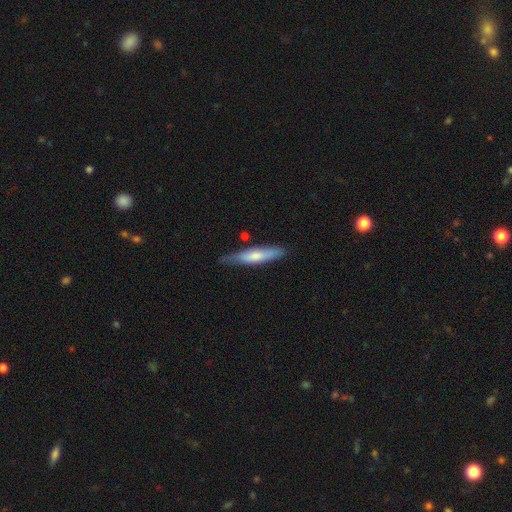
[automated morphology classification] This is likely a smooth galaxy (62%). How rounded: clearly cigar-shaped (85%). Merging: likely none (72%).